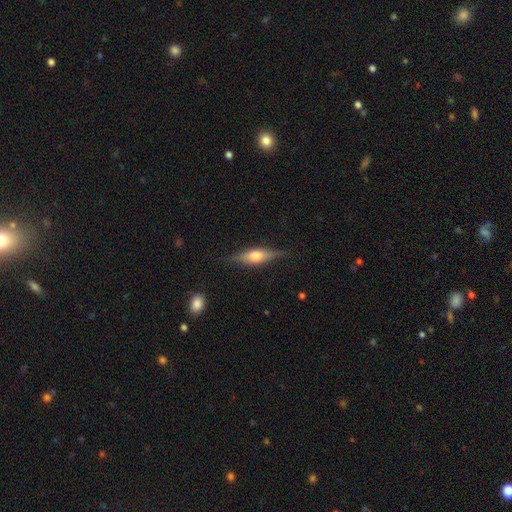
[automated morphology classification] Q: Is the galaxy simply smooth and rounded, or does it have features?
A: featured or disk — 55%.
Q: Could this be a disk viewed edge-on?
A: yes — 93%.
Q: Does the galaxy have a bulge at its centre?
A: rounded — 88%.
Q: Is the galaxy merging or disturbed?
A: none — 82%.